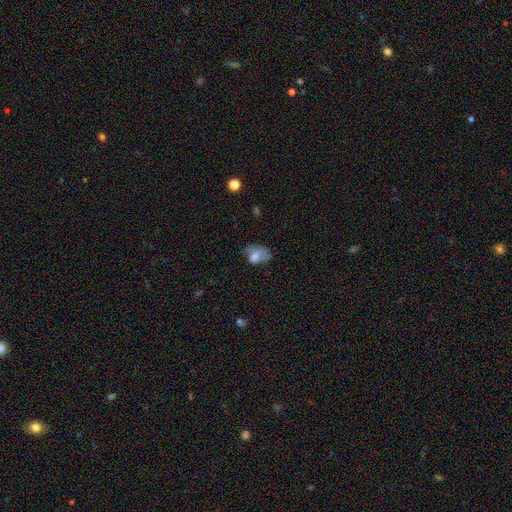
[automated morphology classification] Smooth or featured: smooth — 64% (featured or disk — 25%)
How rounded: in between — 77% (round — 21%)
Merging: major disturbance — 32% (tied with minor disturbance — 32%)